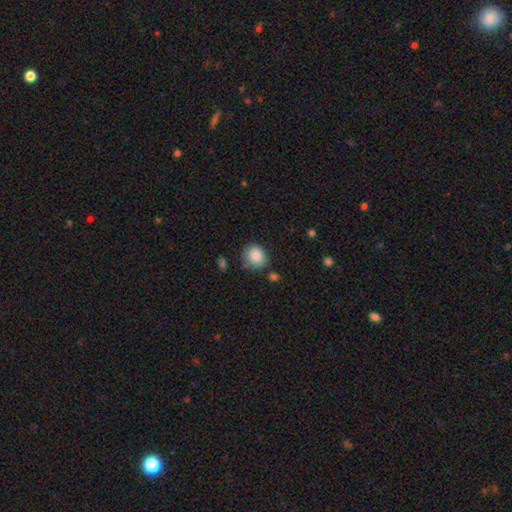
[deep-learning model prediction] The model was most divided on "how rounded": round: 71%, in between: 28%, cigar-shaped: 1%. More confident: smooth or featured — smooth (87%); merging — none (69%).